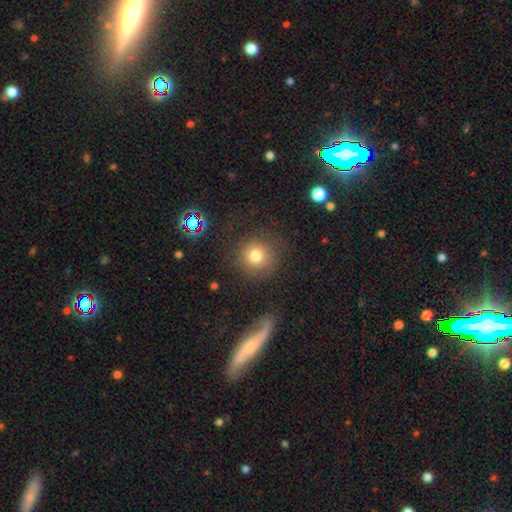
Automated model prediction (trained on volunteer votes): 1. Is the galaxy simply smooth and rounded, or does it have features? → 76% smooth, 14% star or artifact, 10% featured or disk.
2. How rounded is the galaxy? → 92% round, 7% in between, 1% cigar-shaped.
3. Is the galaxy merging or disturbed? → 80% none, 11% minor disturbance, 7% major disturbance, 3% merger.